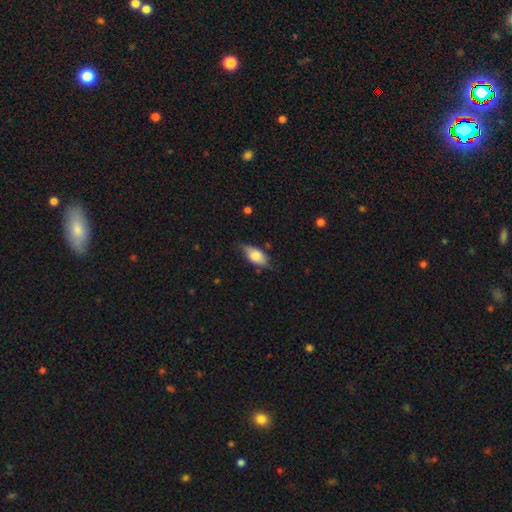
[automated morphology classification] smooth_or_featured: smooth (p=0.73) [alt: featured or disk p=0.20]
how_rounded: in between (p=0.87) [alt: cigar-shaped p=0.10]
merging: none (p=0.60) [alt: minor disturbance p=0.32]